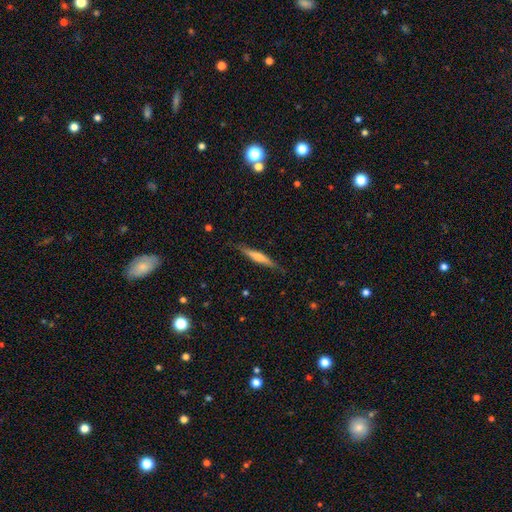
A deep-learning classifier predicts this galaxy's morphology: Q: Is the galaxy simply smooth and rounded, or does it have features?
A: featured or disk — 57%.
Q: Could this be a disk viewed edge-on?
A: yes — 96%.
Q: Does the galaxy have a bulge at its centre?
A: rounded — 72%.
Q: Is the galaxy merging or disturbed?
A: none — 86%.